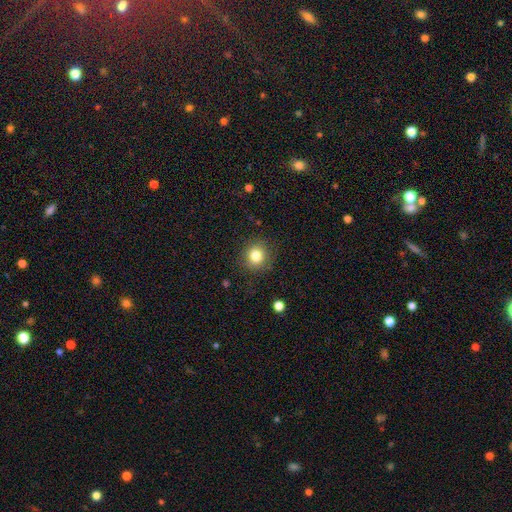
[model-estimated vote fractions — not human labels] Smooth or featured? smooth (81%)
How rounded? round (88%)
Merging? none (86%)